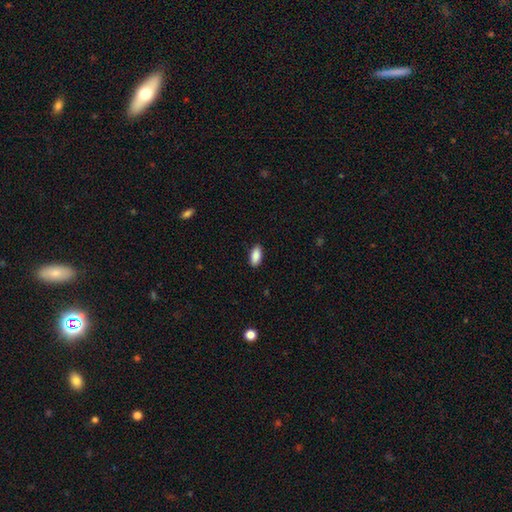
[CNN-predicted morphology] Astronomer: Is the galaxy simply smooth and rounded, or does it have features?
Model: smooth — 89%.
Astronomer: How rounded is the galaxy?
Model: in between — 91%.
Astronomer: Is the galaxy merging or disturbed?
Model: none — 89%.